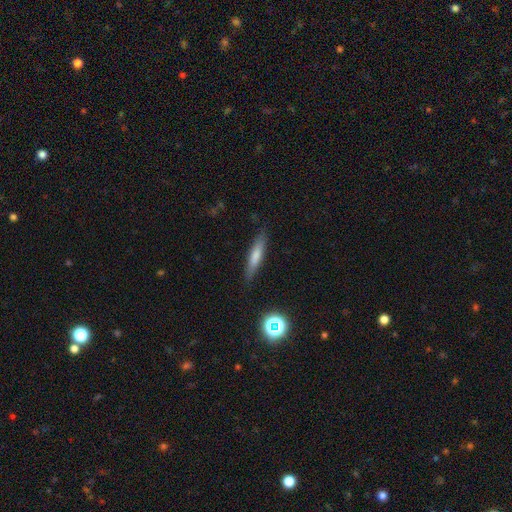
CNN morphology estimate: Smooth or featured? smooth (68%)
How rounded? cigar-shaped (84%)
Merging? none (85%)